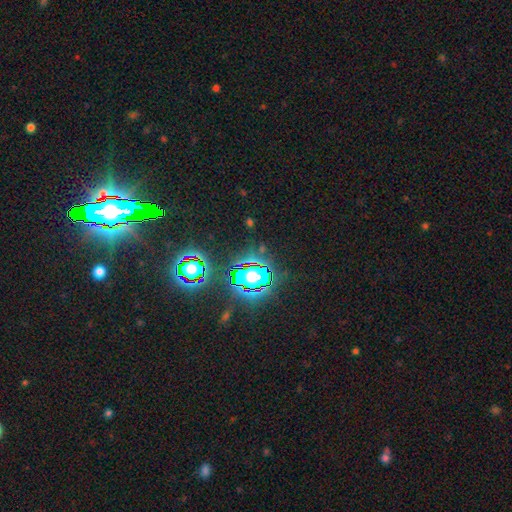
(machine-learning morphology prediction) This appears to be a star or artifact, not a galaxy (83%).